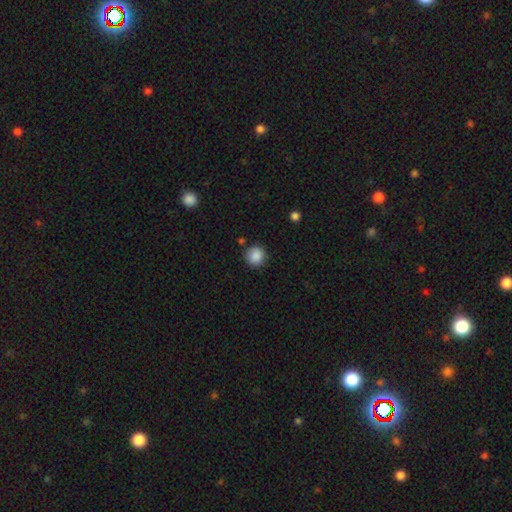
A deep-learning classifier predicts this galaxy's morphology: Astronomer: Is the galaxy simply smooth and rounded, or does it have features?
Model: smooth — 88%.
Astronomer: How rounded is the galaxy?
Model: round — 93%.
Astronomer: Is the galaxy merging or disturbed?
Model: none — 86%.